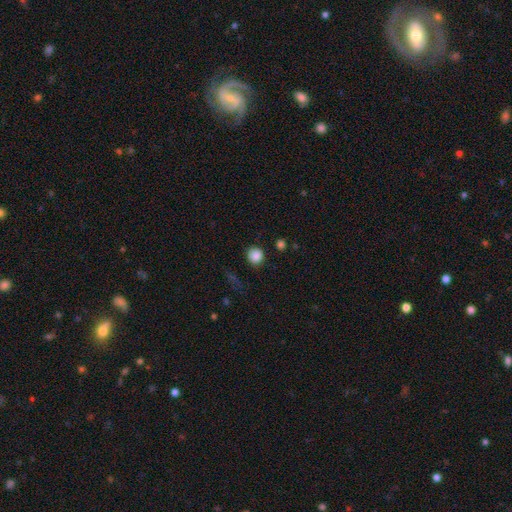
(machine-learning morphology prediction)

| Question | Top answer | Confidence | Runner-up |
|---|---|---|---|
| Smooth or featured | smooth | 86% | star or artifact (10%) |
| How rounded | round | 90% | in between (9%) |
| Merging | none | 84% | minor disturbance (10%) |